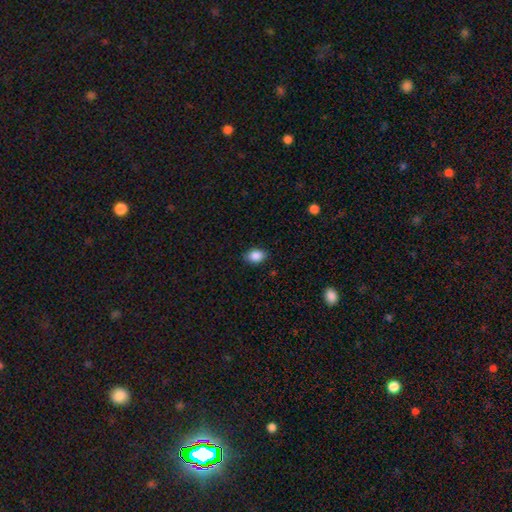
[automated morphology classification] A smooth galaxy with no disk features (88%) that is in between round and cigar-shaped (79%).

Vote fractions:
- Smooth or featured? smooth: 88% / star or artifact: 8% / featured or disk: 4%
- How rounded? in between: 79% / round: 20% / cigar-shaped: 1%
- Merging? none: 85% / minor disturbance: 11% / major disturbance: 2% / merger: 1%